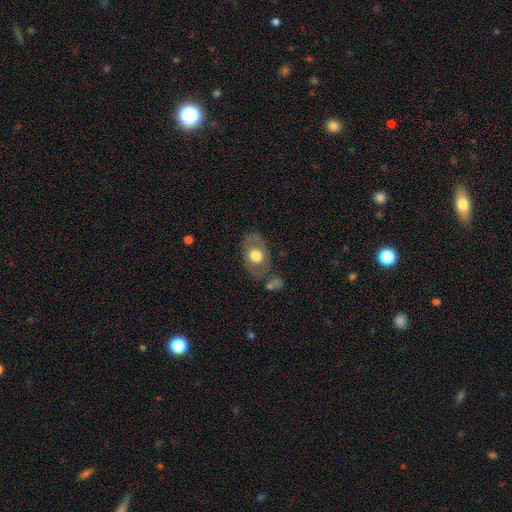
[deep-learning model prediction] smooth-or-featured: smooth: 53% | featured or disk: 40% | star or artifact: 6%
  how-rounded: in between: 78% | round: 20% | cigar-shaped: 1%
  merging: none: 70% | minor disturbance: 17% | major disturbance: 7% | merger: 6%